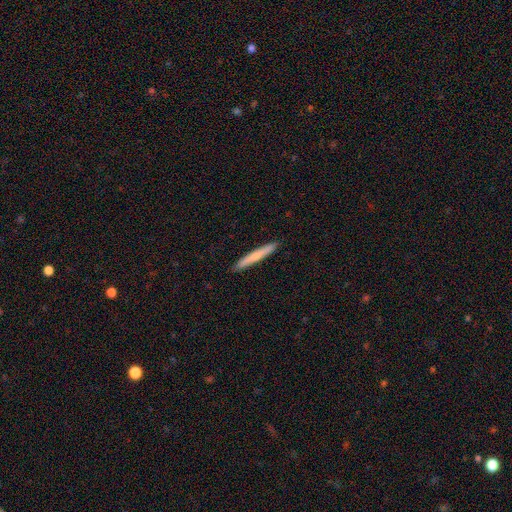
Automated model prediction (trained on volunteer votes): This appears to be a smooth galaxy with no disk features (65%) that is cigar-shaped (96%). Merging: none (92%).